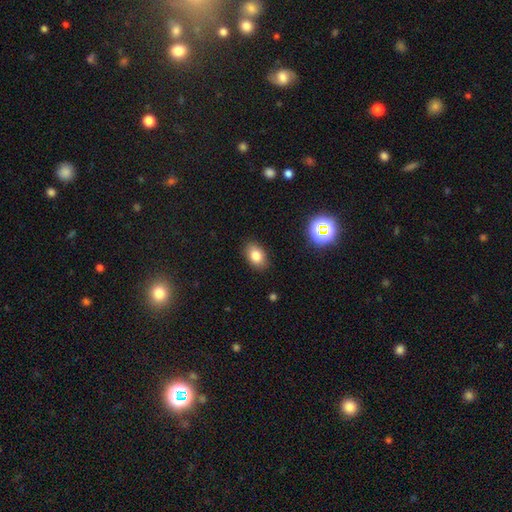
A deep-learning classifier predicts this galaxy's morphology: type=smooth (81%); roundness=in between (85%); merging=none (87%).